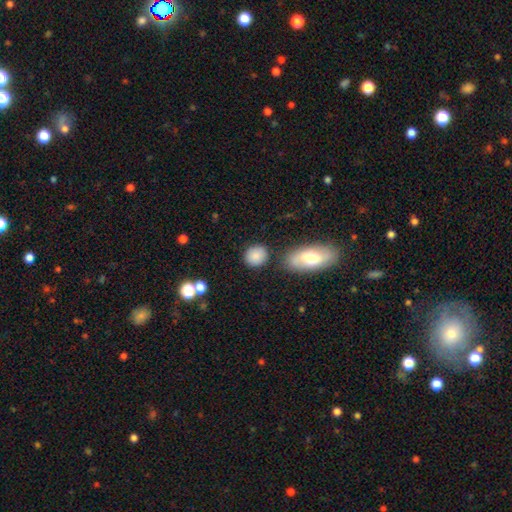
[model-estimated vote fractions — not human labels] This appears to be a smooth galaxy with no disk features (87%) that is round (68%). Merging: none (77%).